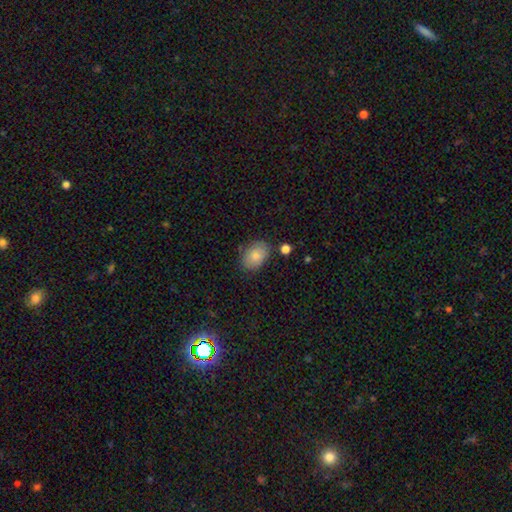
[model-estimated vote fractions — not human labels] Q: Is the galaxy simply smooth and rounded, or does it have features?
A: smooth — 84%.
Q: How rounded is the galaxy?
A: in between — 83%.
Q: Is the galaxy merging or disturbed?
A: none — 78%.